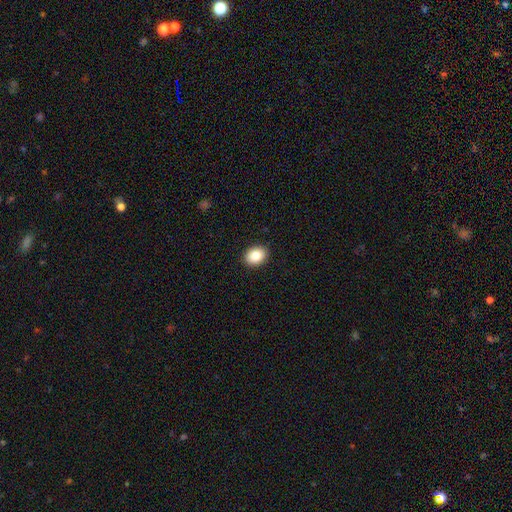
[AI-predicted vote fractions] smooth_or_featured: smooth (p=0.85) [alt: star or artifact p=0.08]
how_rounded: in between (p=0.59) [alt: round p=0.40]
merging: none (p=0.91) [alt: minor disturbance p=0.06]